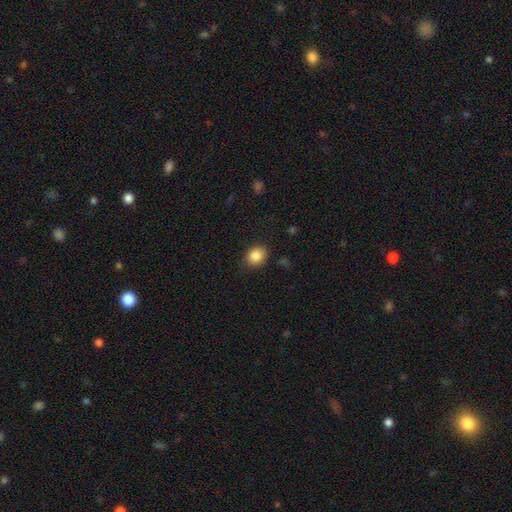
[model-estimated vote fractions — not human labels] Smooth or featured? smooth (86%)
How rounded? round (57%)
Merging? none (85%)